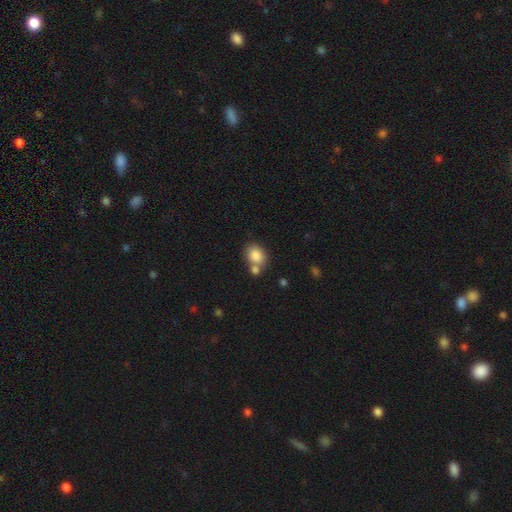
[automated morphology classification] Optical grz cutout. It shows a smooth galaxy with no disk features (84%) that is in between round and cigar-shaped (53%). Merging: none (52%).